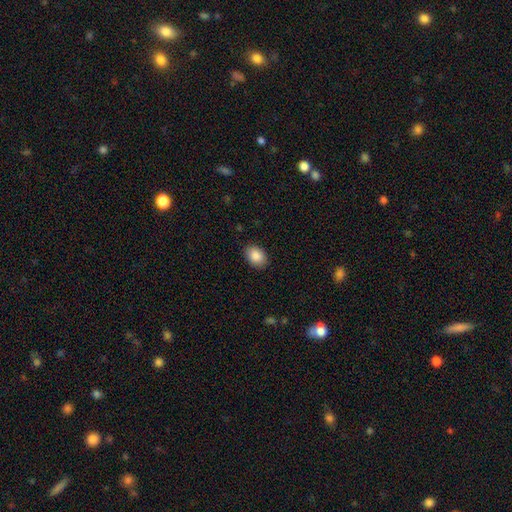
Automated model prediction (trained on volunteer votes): This appears to be a smooth galaxy with no disk features (88%) that is in between round and cigar-shaped (78%). Merging: none (88%).